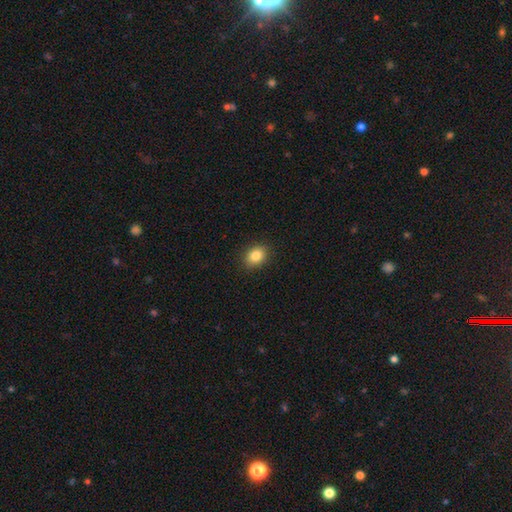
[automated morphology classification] Overall: smooth (85%). How rounded: in between (59%; round 40%). Merging: none (90%).